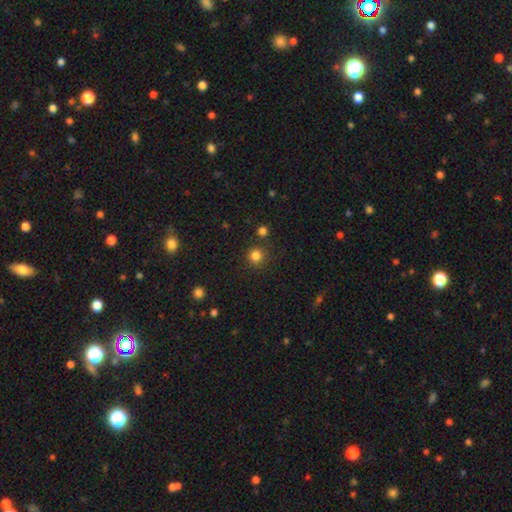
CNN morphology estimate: smooth-or-featured: smooth: 82% | star or artifact: 14% | featured or disk: 4%
  how-rounded: round: 93% | in between: 6% | cigar-shaped: 1%
  merging: none: 84% | minor disturbance: 7% | merger: 6% | major disturbance: 3%